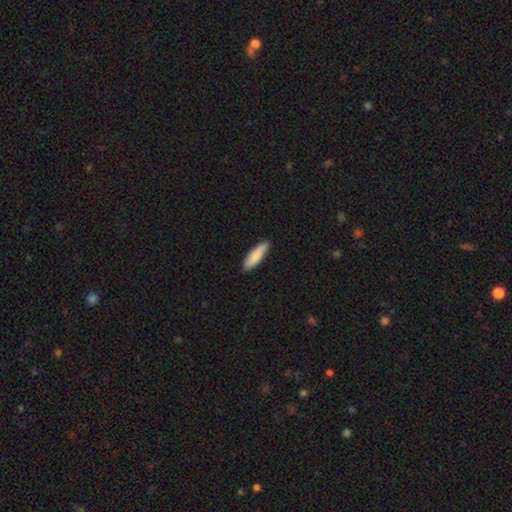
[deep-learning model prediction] Overall: smooth (84%). How rounded: cigar-shaped (61%; in between 38%). Merging: none (83%).